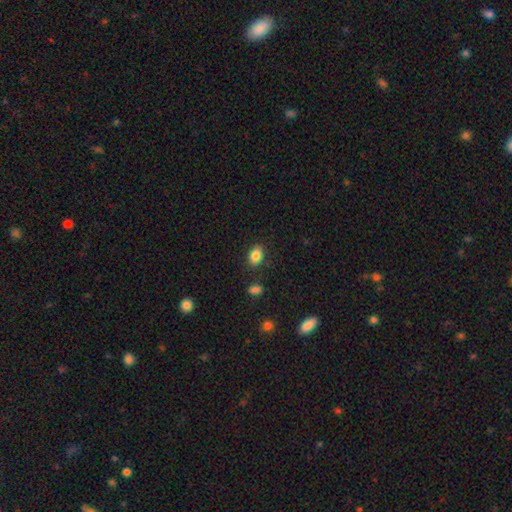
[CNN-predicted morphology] smooth_or_featured: smooth (p=0.85) [alt: star or artifact p=0.09]
how_rounded: in between (p=0.80) [alt: round p=0.18]
merging: none (p=0.85) [alt: minor disturbance p=0.10]